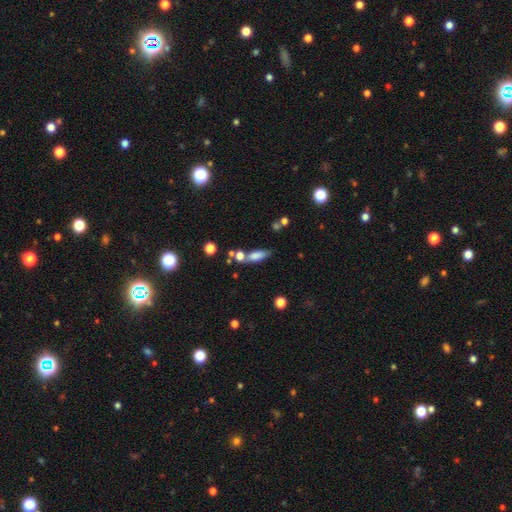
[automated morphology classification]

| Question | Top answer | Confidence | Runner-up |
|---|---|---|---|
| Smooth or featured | smooth | 75% | featured or disk (14%) |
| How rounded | in between | 64% | cigar-shaped (30%) |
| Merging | none | 51% | merger (25%) |